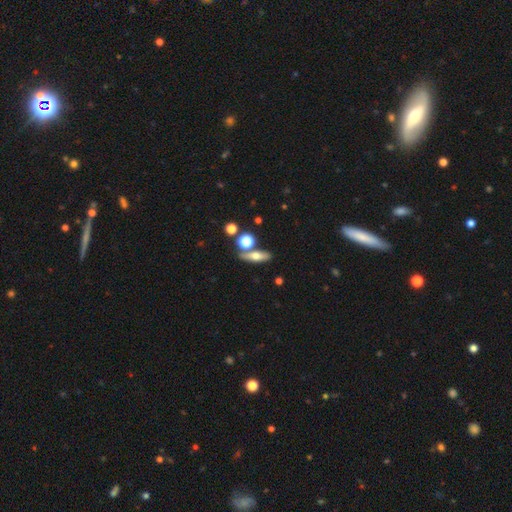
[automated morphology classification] The model was most divided on "how rounded" (2-way tie): in between: 44%, cigar-shaped: 44%, round: 11%. More confident: merging — none (70%); smooth or featured — smooth (55%).